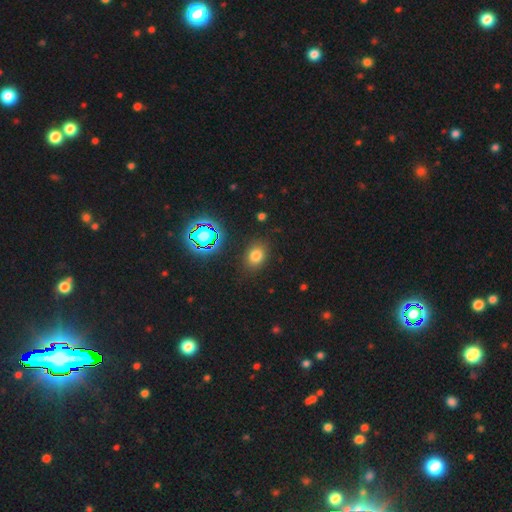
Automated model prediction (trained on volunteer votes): smooth 73%, star or artifact 19%, featured or disk 7%. Down the decision tree: how rounded — in between (53%); merging — none (85%).